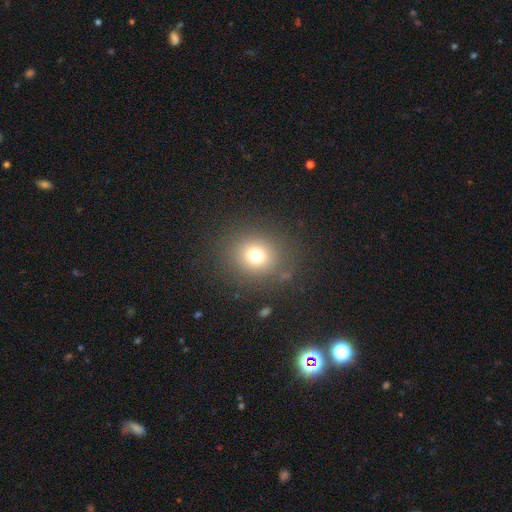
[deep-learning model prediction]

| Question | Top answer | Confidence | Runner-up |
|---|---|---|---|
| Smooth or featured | smooth | 73% | star or artifact (17%) |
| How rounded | round | 84% | in between (15%) |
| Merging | none | 84% | minor disturbance (9%) |